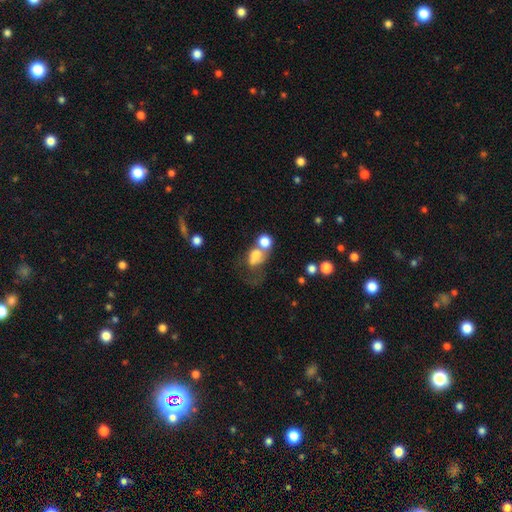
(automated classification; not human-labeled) Overall: smooth (70%). How rounded: round (54%; in between 44%). Merging: merger (47%; none 23%).